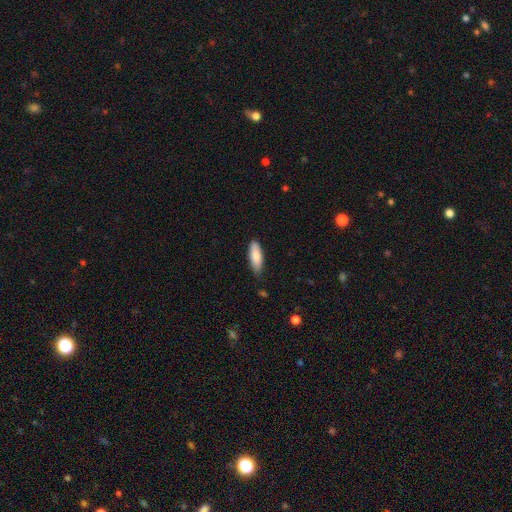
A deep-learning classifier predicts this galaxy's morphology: This is clearly a smooth galaxy (83%). How rounded: likely in between (63%). Merging: likely none (77%).